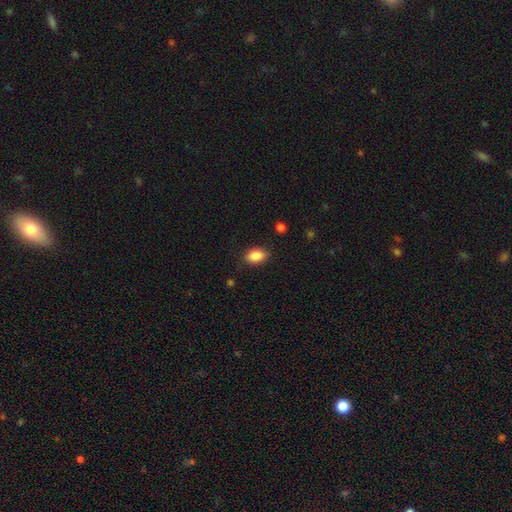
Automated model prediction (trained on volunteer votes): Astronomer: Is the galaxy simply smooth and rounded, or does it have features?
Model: smooth — 87%.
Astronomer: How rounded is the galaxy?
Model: in between — 86%.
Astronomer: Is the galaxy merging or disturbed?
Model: none — 84%.